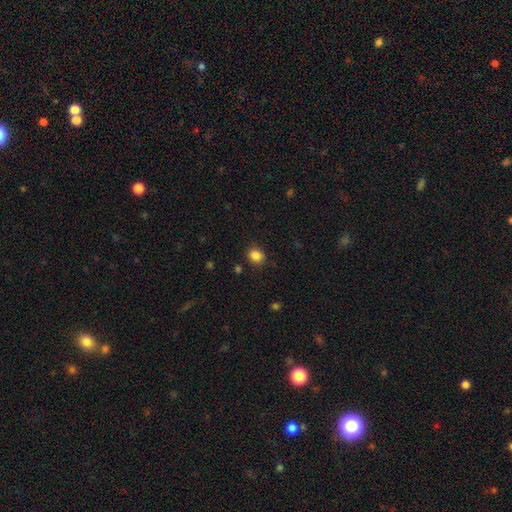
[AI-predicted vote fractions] A smooth galaxy with no disk features (85%) that is round (70%).

Vote fractions:
- Smooth or featured? smooth: 85% / star or artifact: 11% / featured or disk: 4%
- How rounded? round: 70% / in between: 29% / cigar-shaped: 1%
- Merging? none: 86% / minor disturbance: 9% / major disturbance: 3% / merger: 2%